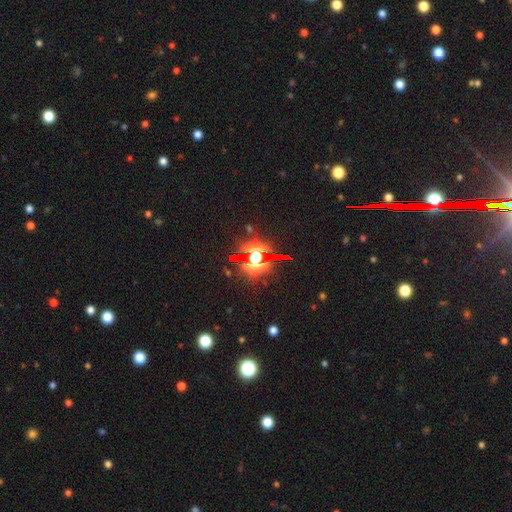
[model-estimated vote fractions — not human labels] smooth_or_featured: star or artifact (p=0.68) [alt: smooth p=0.19]